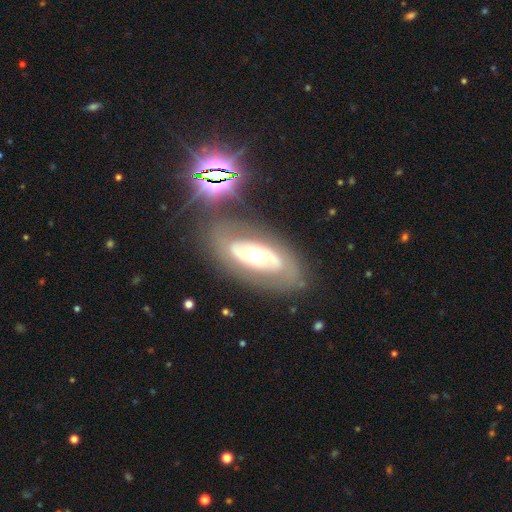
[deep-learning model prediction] Overall: featured or disk (75%). Edge-on disk: no (91%). Bar: no (65%). Spiral arms: yes (62%; no 38%). Bulge size: moderate (63%; small 24%). Merging: none (76%).